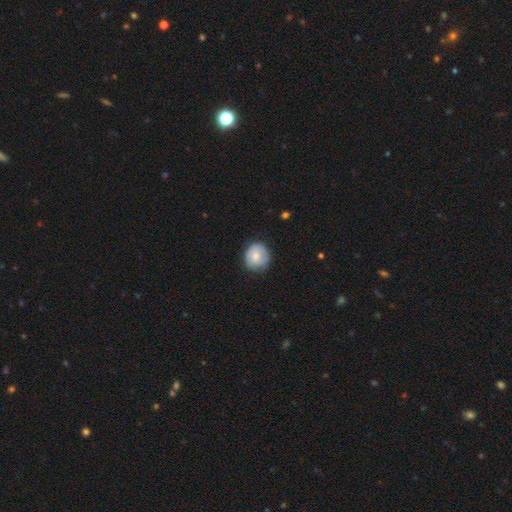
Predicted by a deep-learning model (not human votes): This appears to be a smooth galaxy with no disk features (70%) that is round (84%). Merging: none (74%).